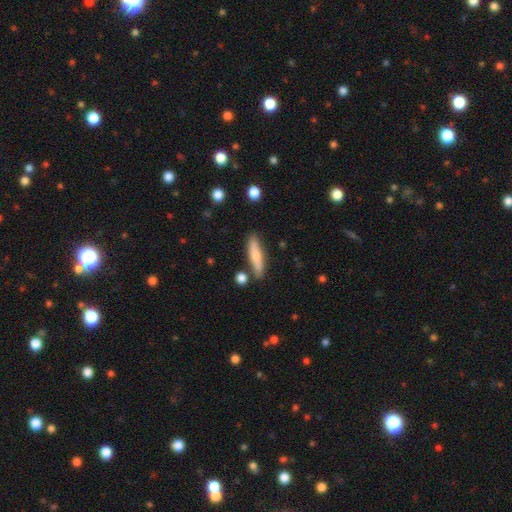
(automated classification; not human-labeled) Smooth or featured? Predicted: smooth (p=0.67). How rounded? Predicted: cigar-shaped (p=0.80). Merging? Predicted: none (p=0.79).